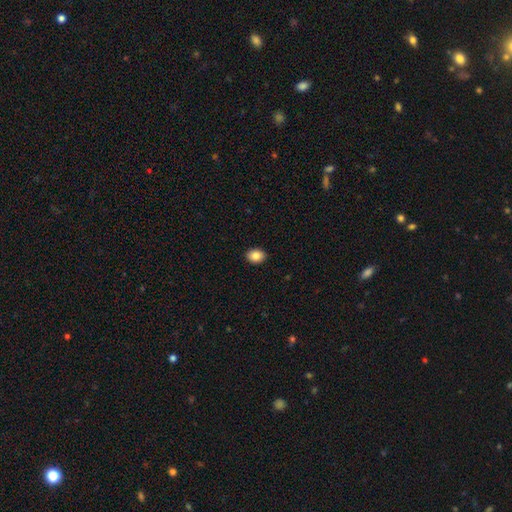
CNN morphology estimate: smooth_or_featured: smooth (p=0.85) [alt: star or artifact p=0.09]
how_rounded: in between (p=0.62) [alt: round p=0.37]
merging: none (p=0.91) [alt: minor disturbance p=0.07]